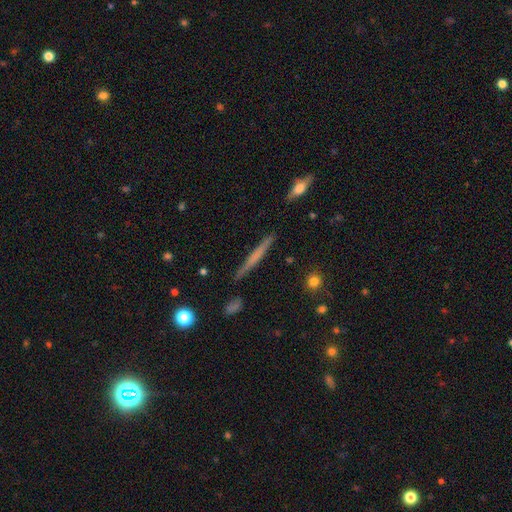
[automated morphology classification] smooth-or-featured: featured or disk: 48% | smooth: 45% | star or artifact: 7%
  merging: none: 86% | minor disturbance: 10% | major disturbance: 2% | merger: 2%